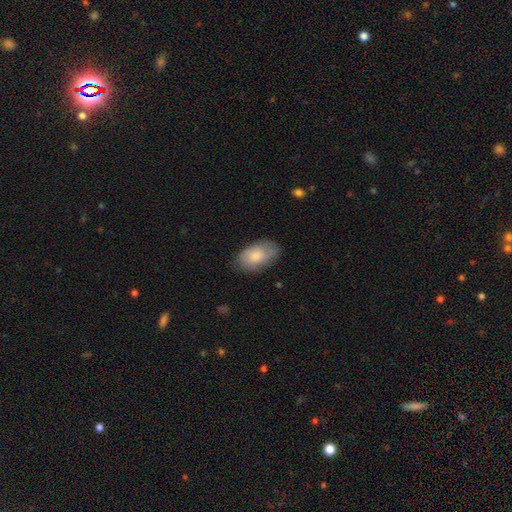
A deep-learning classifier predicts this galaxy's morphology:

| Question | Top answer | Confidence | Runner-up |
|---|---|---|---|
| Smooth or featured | smooth | 76% | featured or disk (18%) |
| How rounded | in between | 92% | round (6%) |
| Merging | none | 73% | minor disturbance (20%) |